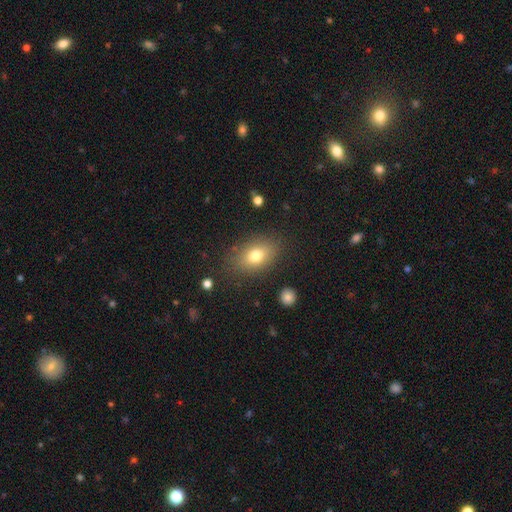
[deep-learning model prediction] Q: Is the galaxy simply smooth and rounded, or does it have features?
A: smooth — 75%.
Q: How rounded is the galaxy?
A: in between — 83%.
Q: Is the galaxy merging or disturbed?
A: none — 82%.